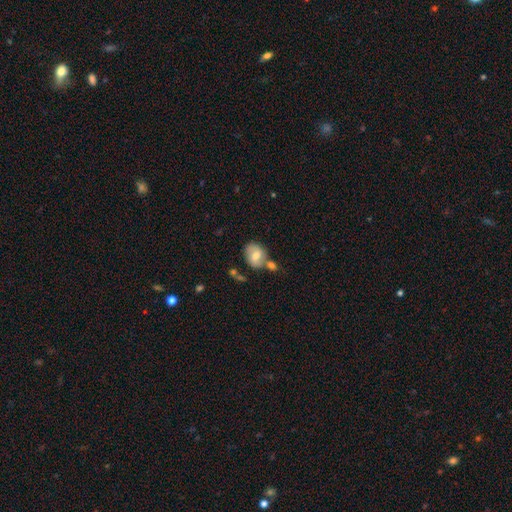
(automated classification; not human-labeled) smooth 65%, featured or disk 27%, star or artifact 8%. Down the decision tree: how rounded — in between (55%); merging — none (55%).